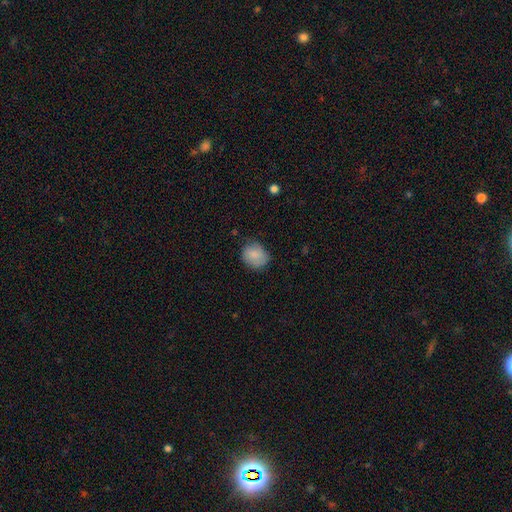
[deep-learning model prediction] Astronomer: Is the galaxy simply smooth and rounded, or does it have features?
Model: smooth — 83%.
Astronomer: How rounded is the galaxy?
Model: round — 66%.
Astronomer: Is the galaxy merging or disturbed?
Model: none — 68%.